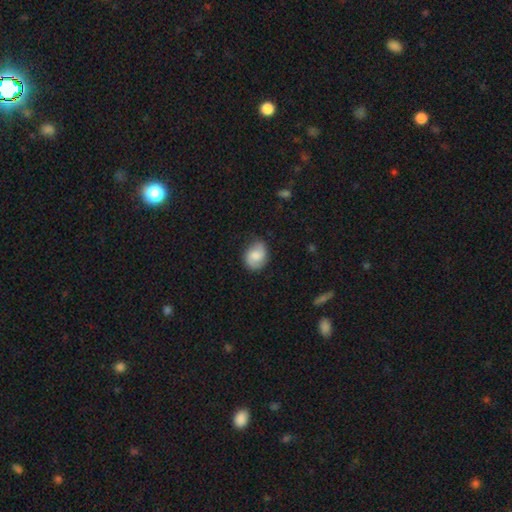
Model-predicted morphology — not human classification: Smooth or featured? Predicted: smooth (p=0.52). How rounded? Predicted: in between (p=0.53). Merging? Predicted: none (p=0.73).